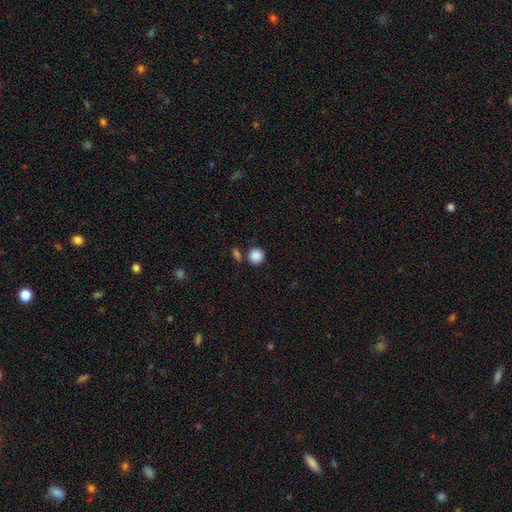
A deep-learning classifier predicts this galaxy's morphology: Q: Smooth or featured?
A: smooth (88%); runner-up: star or artifact (9%)
Q: How rounded?
A: round (92%); runner-up: in between (7%)
Q: Merging?
A: none (76%); runner-up: merger (11%)